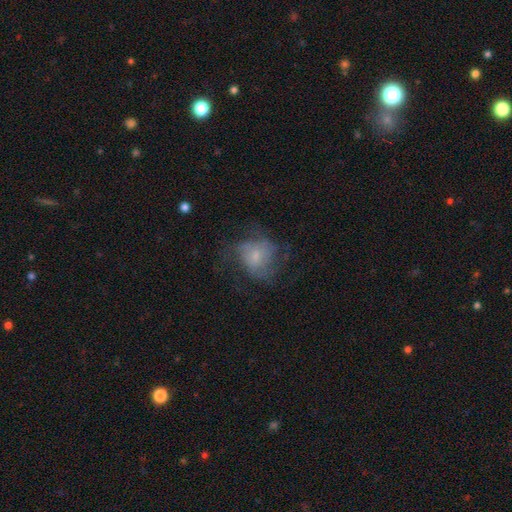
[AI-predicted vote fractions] Smooth or featured?
  - smooth: 46% *
  - featured or disk: 43%
  - star or artifact: 11%
Merging?
  - none: 42% *
  - major disturbance: 34%
  - minor disturbance: 23%
  - merger: 2%